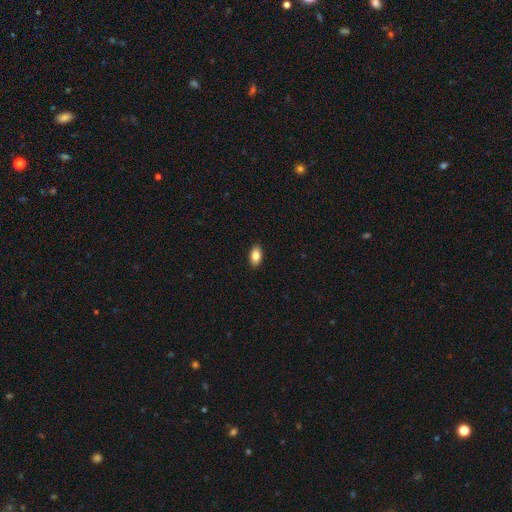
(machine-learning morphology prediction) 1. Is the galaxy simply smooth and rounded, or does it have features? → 85% smooth, 8% featured or disk, 7% star or artifact.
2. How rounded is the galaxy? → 92% in between, 5% round, 3% cigar-shaped.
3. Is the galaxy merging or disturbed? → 90% none, 7% minor disturbance, 2% major disturbance, 1% merger.